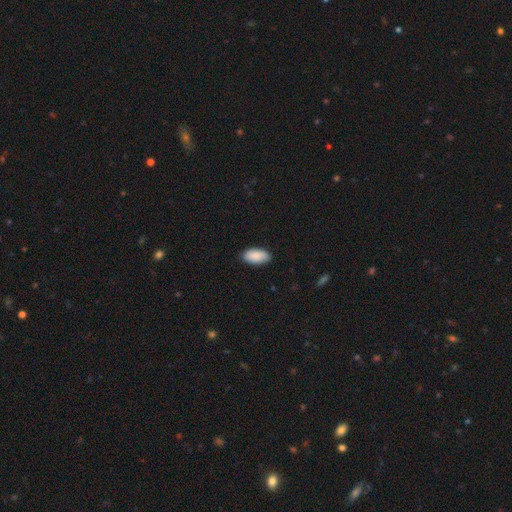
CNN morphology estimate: smooth-or-featured: smooth: 90% | star or artifact: 6% | featured or disk: 5%
  how-rounded: in between: 94% | cigar-shaped: 4% | round: 2%
  merging: none: 88% | minor disturbance: 9% | major disturbance: 2% | merger: 1%